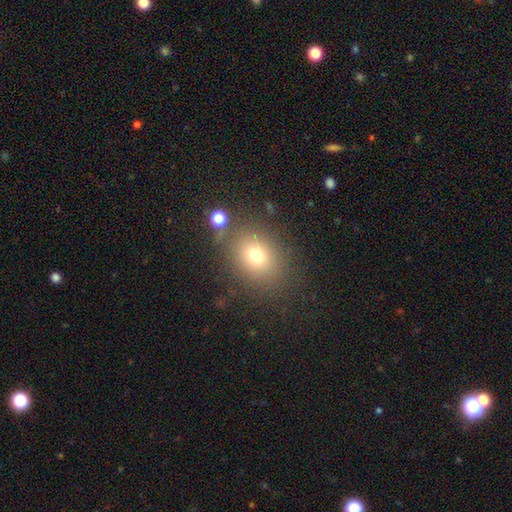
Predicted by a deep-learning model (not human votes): smooth 72%, star or artifact 16%, featured or disk 12%. Down the decision tree: how rounded — round (50%); merging — none (77%).